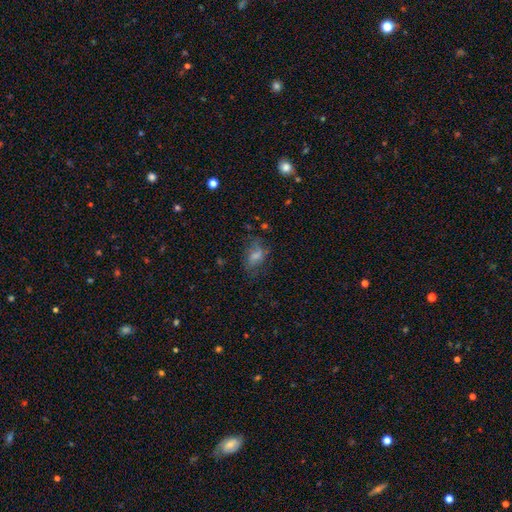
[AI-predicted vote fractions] smooth 60%, featured or disk 26%, star or artifact 14%. Down the decision tree: how rounded — in between (83%); merging — none (49%).